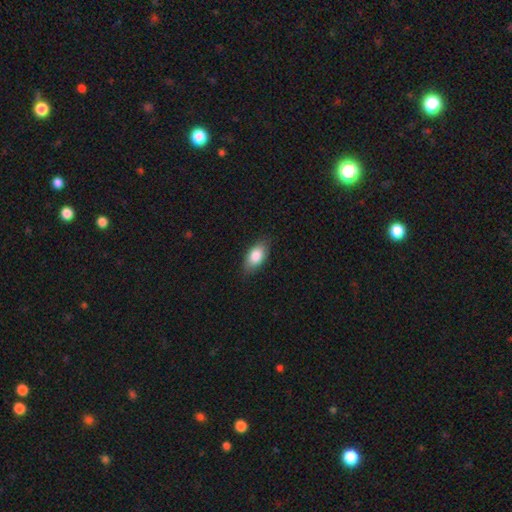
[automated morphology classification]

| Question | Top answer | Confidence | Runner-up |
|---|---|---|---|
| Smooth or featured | smooth | 84% | featured or disk (9%) |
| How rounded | in between | 91% | cigar-shaped (5%) |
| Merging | none | 84% | minor disturbance (13%) |